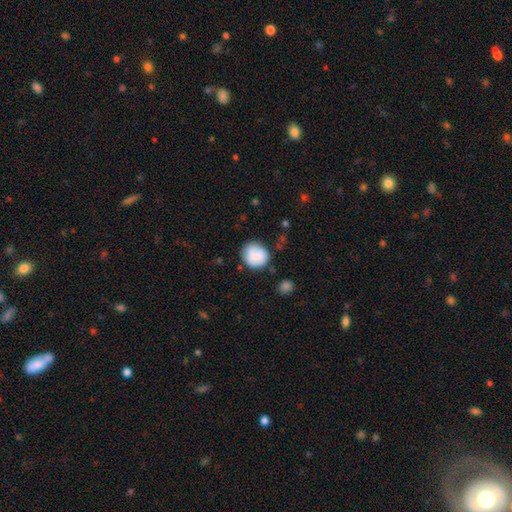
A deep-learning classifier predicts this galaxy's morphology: Q: Smooth or featured?
A: smooth (79%); runner-up: featured or disk (14%)
Q: How rounded?
A: round (85%); runner-up: in between (14%)
Q: Merging?
A: none (70%); runner-up: minor disturbance (20%)